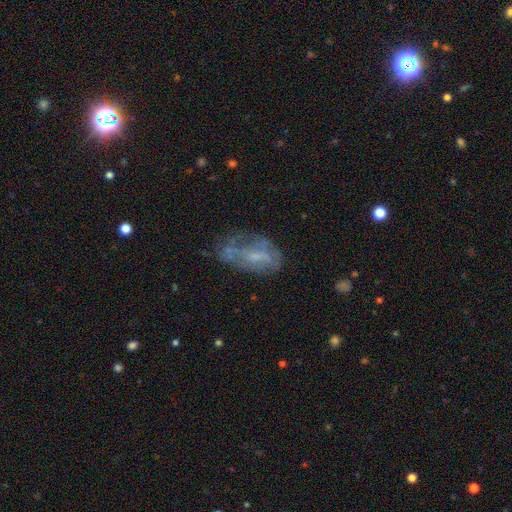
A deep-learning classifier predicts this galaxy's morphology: smooth-or-featured: featured or disk: 58% | smooth: 32% | star or artifact: 10%
  disk-edge-on: no: 94% | yes: 6%
    bar: no: 56% | weak: 36% | strong: 8%
    has-spiral-arms: no: 56% | yes: 44%
    bulge-size: small: 51% | moderate: 27% | none: 19% | large: 2% | dominant: 1%
  merging: none: 44% | minor disturbance: 27% | major disturbance: 22% | merger: 6%